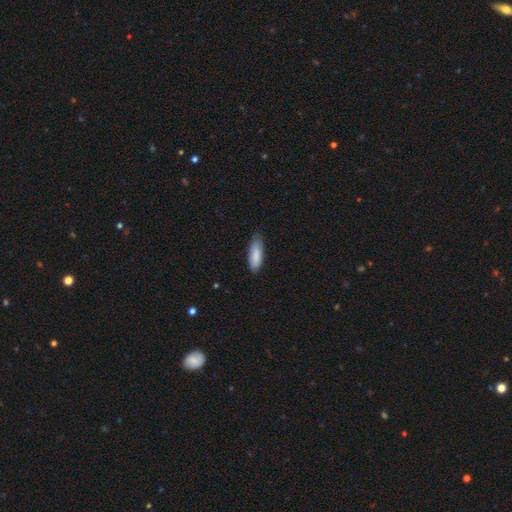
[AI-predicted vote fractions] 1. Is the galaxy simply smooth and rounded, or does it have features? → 87% smooth, 7% featured or disk, 6% star or artifact.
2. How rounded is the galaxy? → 64% in between, 35% cigar-shaped, 1% round.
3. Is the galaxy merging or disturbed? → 74% none, 22% minor disturbance, 3% major disturbance, 1% merger.